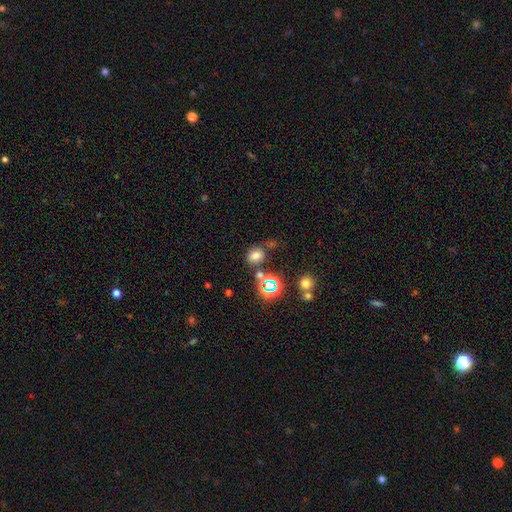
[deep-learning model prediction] A smooth galaxy with no disk features (70%) that is round (51%). Merging: none (68%).